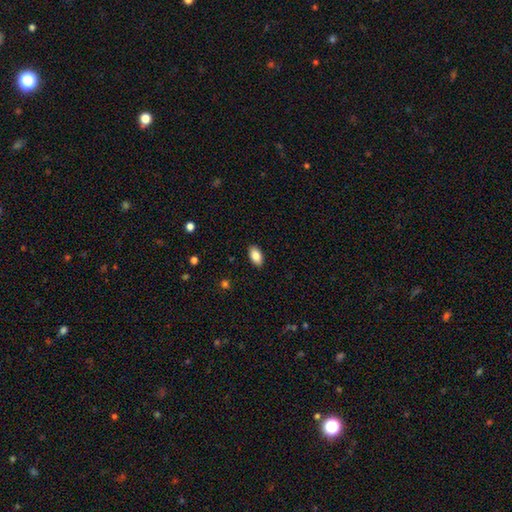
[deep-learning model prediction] Q: Smooth or featured?
A: smooth (86%); runner-up: star or artifact (7%)
Q: How rounded?
A: in between (93%); runner-up: round (4%)
Q: Merging?
A: none (89%); runner-up: minor disturbance (8%)